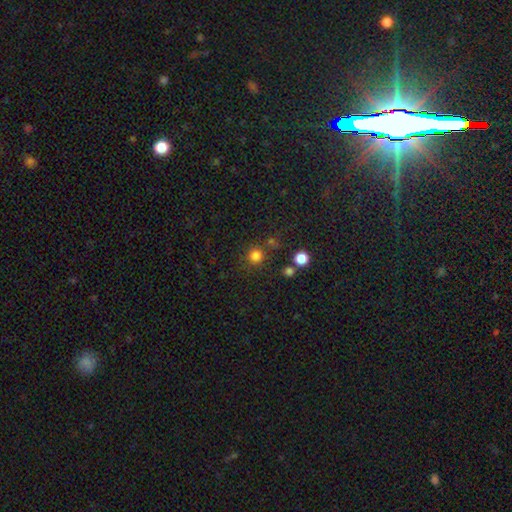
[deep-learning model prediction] A smooth galaxy with no disk features (79%) that is round (93%). Merging: none (80%).